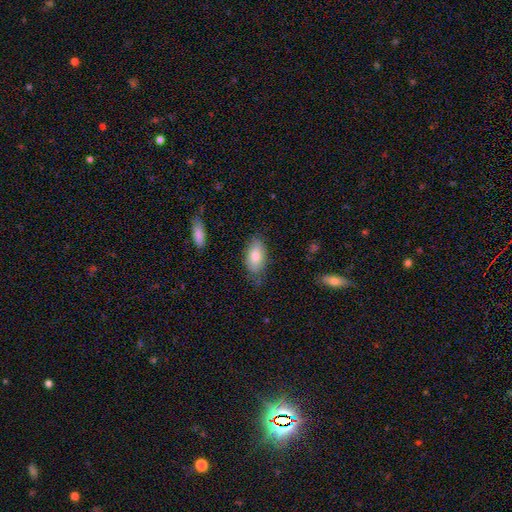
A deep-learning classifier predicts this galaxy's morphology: smooth 78%, featured or disk 15%, star or artifact 7%. Down the decision tree: how rounded — in between (93%); merging — none (71%).